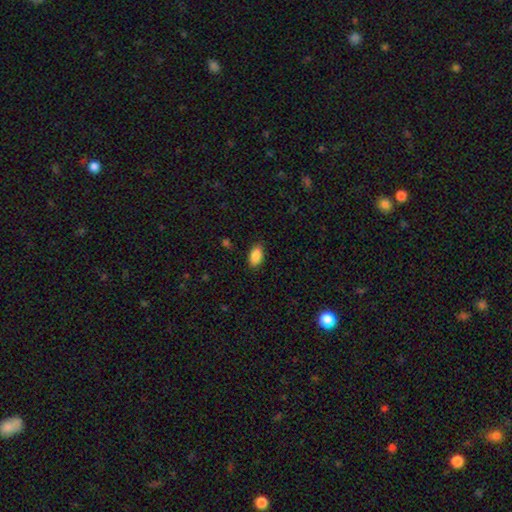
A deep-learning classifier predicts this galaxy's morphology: Q: Smooth or featured?
A: smooth (89%); runner-up: star or artifact (7%)
Q: How rounded?
A: in between (92%); runner-up: round (6%)
Q: Merging?
A: none (86%); runner-up: minor disturbance (11%)